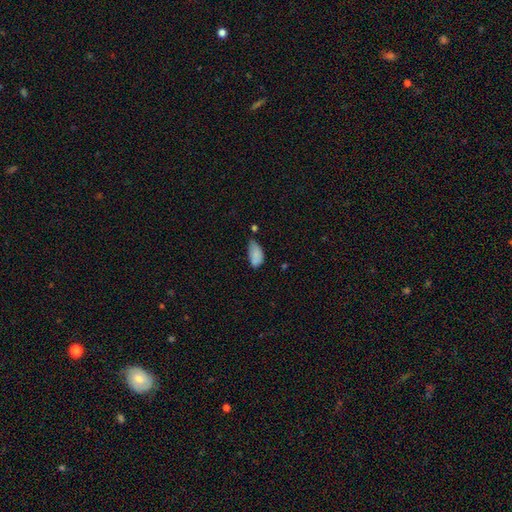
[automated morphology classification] Overall: smooth (83%). How rounded: in between (93%). Merging: minor disturbance (47%; none 32%).